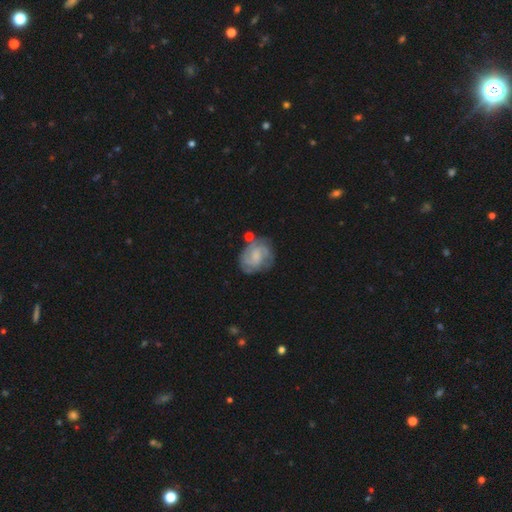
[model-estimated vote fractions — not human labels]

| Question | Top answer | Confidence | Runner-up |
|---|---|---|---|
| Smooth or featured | featured or disk | 76% | smooth (18%) |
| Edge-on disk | no | 98% | yes (2%) |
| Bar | no | 54% | weak (39%) |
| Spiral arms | yes | 93% | no (7%) |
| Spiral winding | tight | 54% | medium (36%) |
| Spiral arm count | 2 | 49% | can't tell (21%) |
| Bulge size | small | 35% | none (31%) |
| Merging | none | 67% | minor disturbance (19%) |